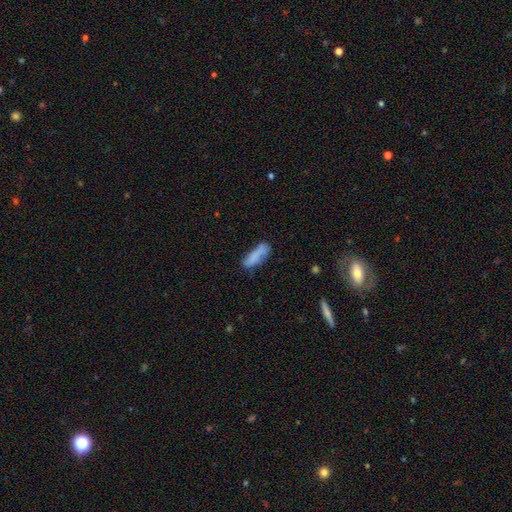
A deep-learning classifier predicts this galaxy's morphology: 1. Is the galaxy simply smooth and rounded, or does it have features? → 79% smooth, 13% featured or disk, 8% star or artifact.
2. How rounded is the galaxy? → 49% cigar-shaped (tied), 49% in between (tied), 2% round.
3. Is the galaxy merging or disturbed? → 59% none, 27% minor disturbance, 9% major disturbance, 5% merger.